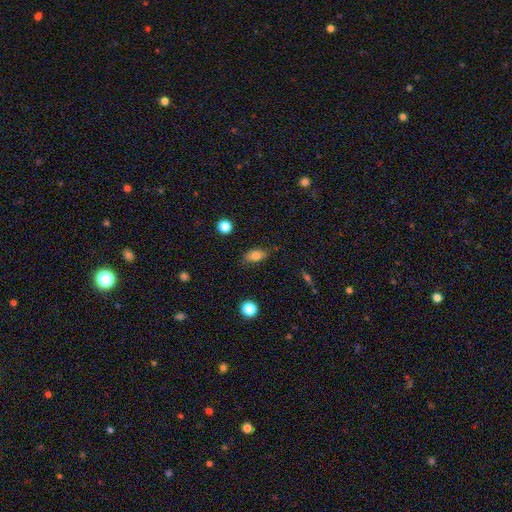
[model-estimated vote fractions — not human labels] Smooth or featured?
  - smooth: 78% *
  - featured or disk: 13%
  - star or artifact: 10%
How rounded?
  - in between: 82% *
  - round: 9%
  - cigar-shaped: 8%
Merging?
  - none: 79% *
  - minor disturbance: 16%
  - major disturbance: 3%
  - merger: 2%